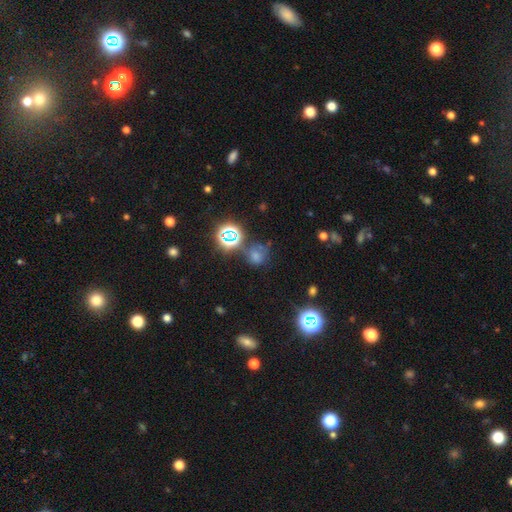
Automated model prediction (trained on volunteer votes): Morphology: type=star or artifact (50%).